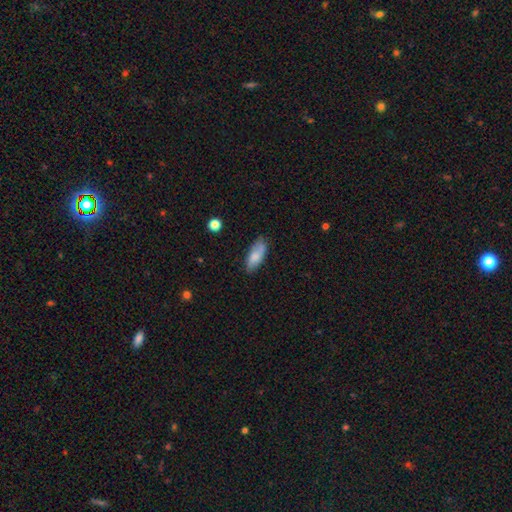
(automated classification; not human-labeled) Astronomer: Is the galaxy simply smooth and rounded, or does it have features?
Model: smooth — 79%.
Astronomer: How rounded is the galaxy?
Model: in between — 76%.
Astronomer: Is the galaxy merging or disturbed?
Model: none — 72%.